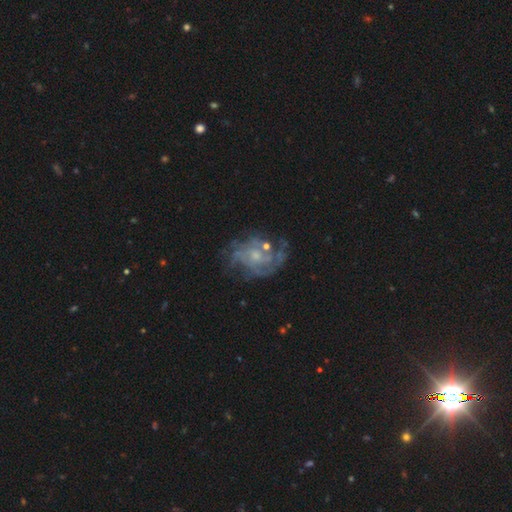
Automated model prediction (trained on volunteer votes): The model was most divided on "spiral winding": tight: 47%, medium: 38%, loose: 16%. Remaining: edge-on disk — no (98%); spiral arms — yes (84%); smooth or featured — featured or disk (81%); bar — no (74%); merging — none (60%); bulge size — small (57%); spiral arm count — can't tell (41%).